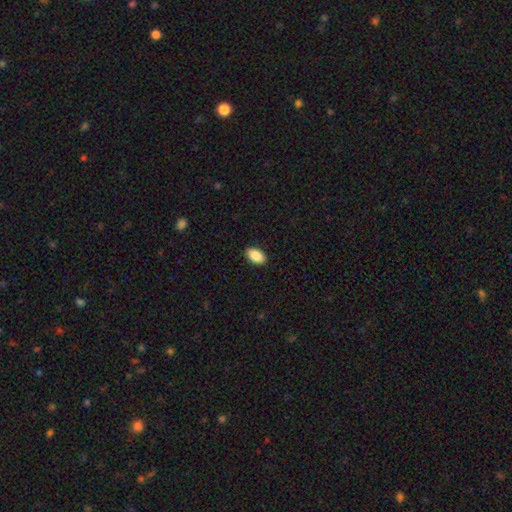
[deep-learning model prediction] Smooth or featured: smooth — 87% (star or artifact — 7%)
How rounded: in between — 93% (round — 5%)
Merging: none — 90% (minor disturbance — 7%)